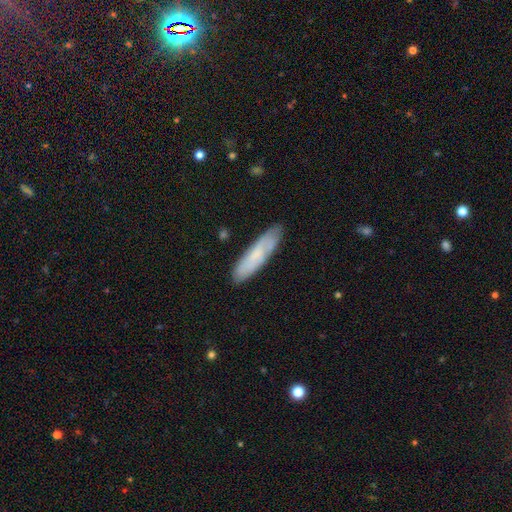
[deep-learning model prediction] A smooth galaxy with no disk features (62%) that is cigar-shaped (74%).

Vote fractions:
- Smooth or featured? smooth: 62% / featured or disk: 31% / star or artifact: 7%
- How rounded? cigar-shaped: 74% / in between: 24% / round: 1%
- Merging? none: 81% / minor disturbance: 15% / major disturbance: 3% / merger: 2%